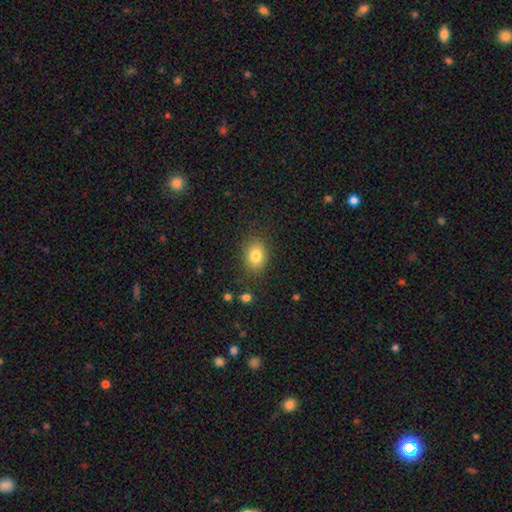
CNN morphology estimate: Smooth or featured? Predicted: smooth (p=0.82). How rounded? Predicted: in between (p=0.64). Merging? Predicted: none (p=0.85).